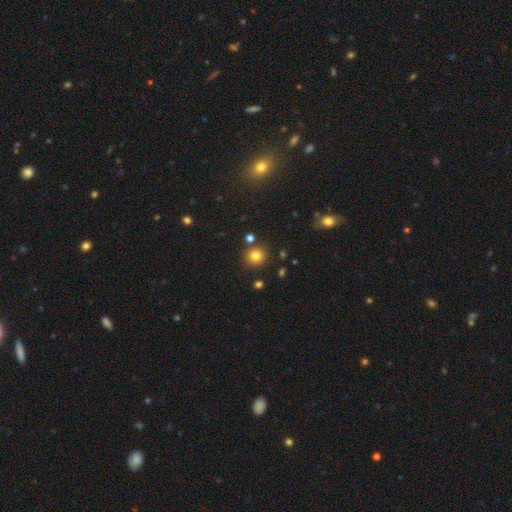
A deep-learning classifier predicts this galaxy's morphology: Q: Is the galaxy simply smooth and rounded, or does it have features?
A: smooth — 80%.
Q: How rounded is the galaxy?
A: round — 90%.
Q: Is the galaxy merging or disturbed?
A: none — 84%.